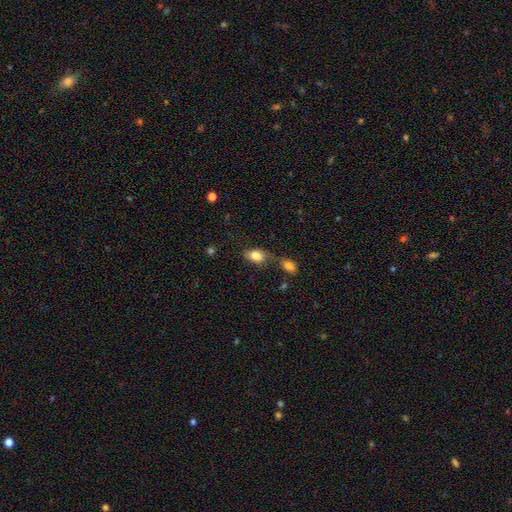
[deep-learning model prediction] Q: Smooth or featured?
A: smooth (81%); runner-up: featured or disk (11%)
Q: How rounded?
A: in between (83%); runner-up: round (14%)
Q: Merging?
A: none (39%); runner-up: merger (33%)